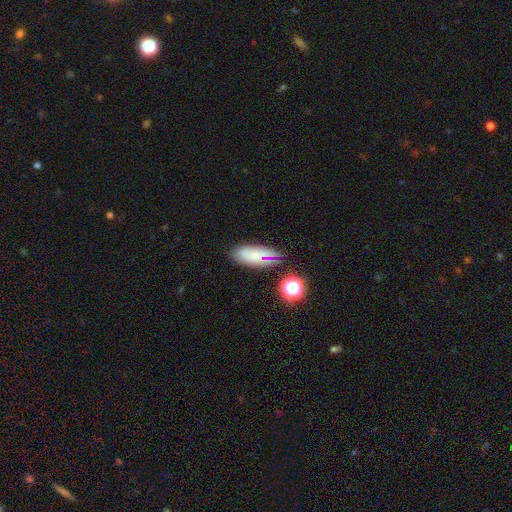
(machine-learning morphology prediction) smooth_or_featured: smooth (p=0.67) [alt: star or artifact p=0.16]
how_rounded: in between (p=0.75) [alt: cigar-shaped p=0.17]
merging: none (p=0.72) [alt: minor disturbance p=0.18]